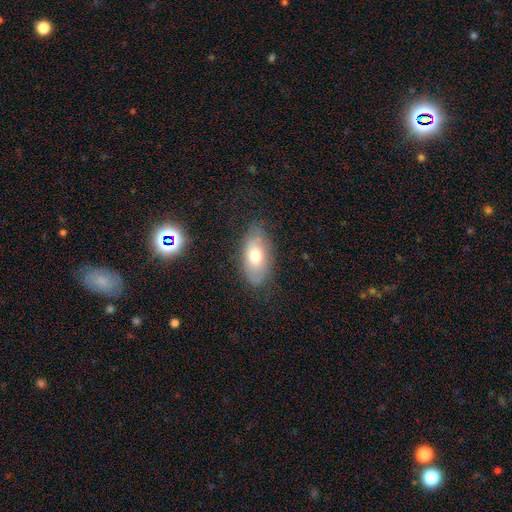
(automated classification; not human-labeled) This is likely a smooth galaxy (66%). How rounded: clearly in between (91%). Merging: likely none (77%).